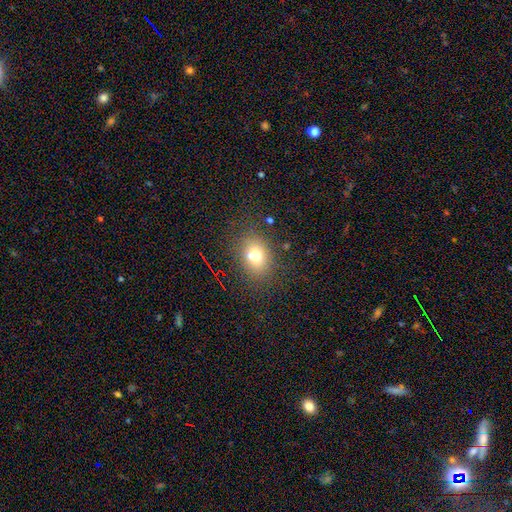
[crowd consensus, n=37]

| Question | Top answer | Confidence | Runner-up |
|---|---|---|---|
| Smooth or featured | smooth | 73% | featured or disk (14%) |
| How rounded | in between | 67% | round (33%) |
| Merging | none | 62% | merger (19%) |